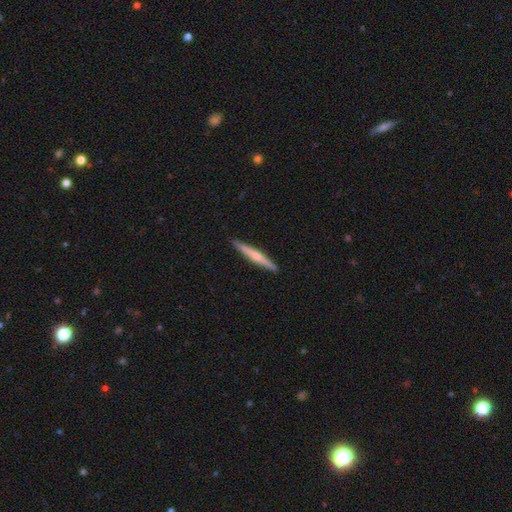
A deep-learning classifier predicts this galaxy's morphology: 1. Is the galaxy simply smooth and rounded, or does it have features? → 55% featured or disk, 39% smooth, 5% star or artifact.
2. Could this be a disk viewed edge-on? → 98% yes, 2% no.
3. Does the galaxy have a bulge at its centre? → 64% rounded, 25% none, 11% boxy.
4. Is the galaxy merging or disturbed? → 92% none, 6% minor disturbance, 1% major disturbance, 1% merger.